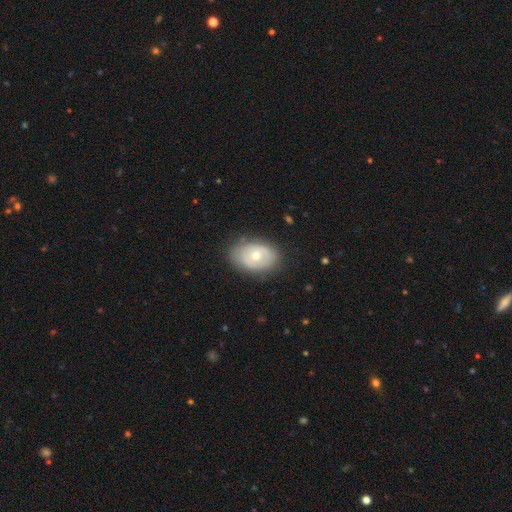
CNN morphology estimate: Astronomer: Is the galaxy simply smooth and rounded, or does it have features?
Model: smooth — 49% (runner-up: featured or disk, 45%).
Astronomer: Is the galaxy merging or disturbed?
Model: none — 78%.